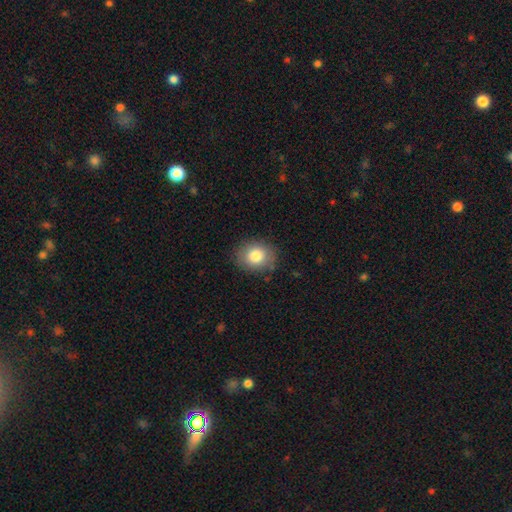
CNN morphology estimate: smooth 82%, star or artifact 9%, featured or disk 9%. Down the decision tree: how rounded — round (65%); merging — none (85%).